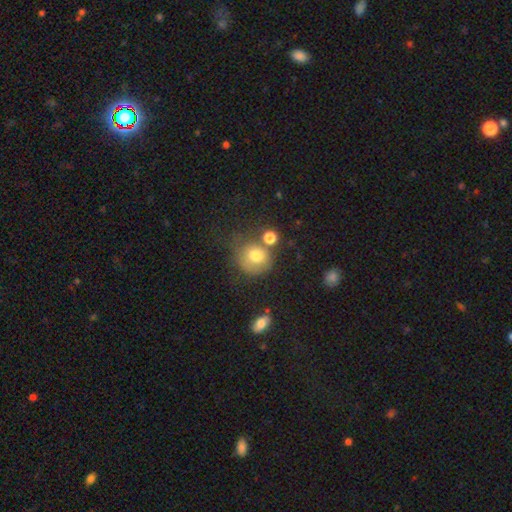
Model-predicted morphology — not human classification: Smooth or featured? smooth (70%)
How rounded? round (81%)
Merging? none (46%)